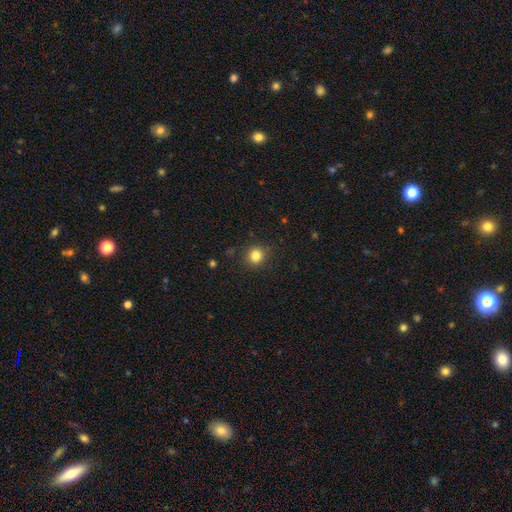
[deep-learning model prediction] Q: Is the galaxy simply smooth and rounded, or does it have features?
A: smooth — 83%.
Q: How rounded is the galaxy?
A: round — 88%.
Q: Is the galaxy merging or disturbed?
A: none — 88%.